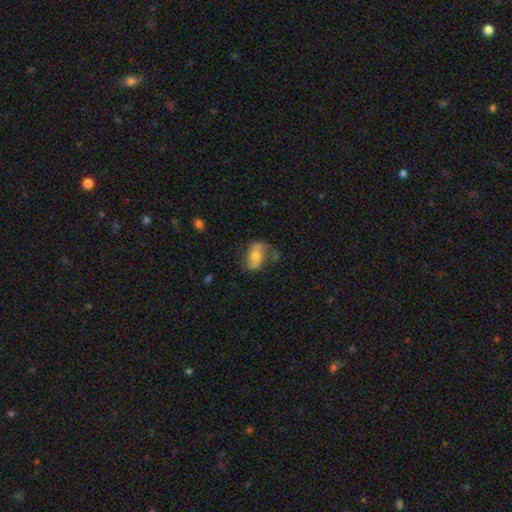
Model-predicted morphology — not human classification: smooth-or-featured: featured or disk: 48% | smooth: 44% | star or artifact: 8%
  merging: none: 50% | minor disturbance: 27% | major disturbance: 18% | merger: 4%